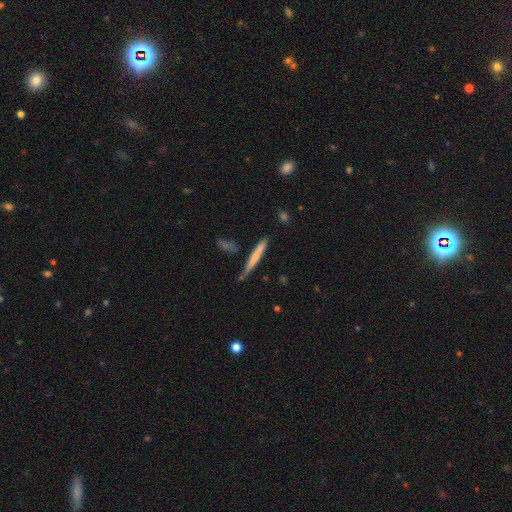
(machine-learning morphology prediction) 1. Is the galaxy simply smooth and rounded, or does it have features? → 61% smooth, 33% featured or disk, 6% star or artifact.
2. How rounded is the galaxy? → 95% cigar-shaped, 3% in between, 1% round.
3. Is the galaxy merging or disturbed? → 73% none, 16% minor disturbance, 7% merger, 4% major disturbance.